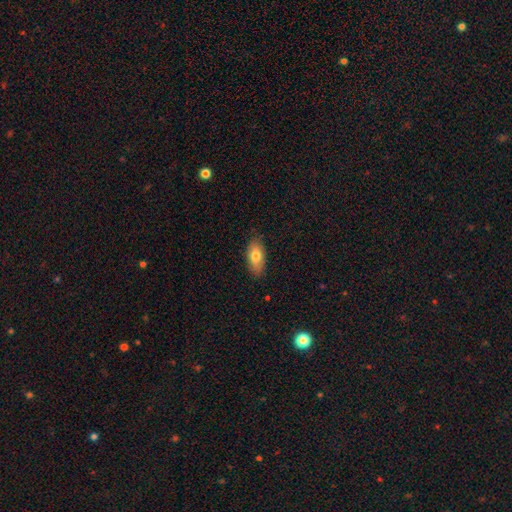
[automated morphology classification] This appears to be a smooth galaxy with no disk features (77%) that is in between round and cigar-shaped (89%). Merging: none (85%).